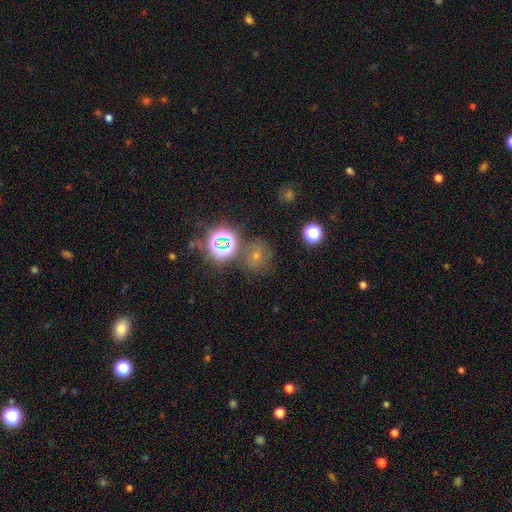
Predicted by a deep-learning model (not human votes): Morphology: type=smooth (49%); merging=none (72%).